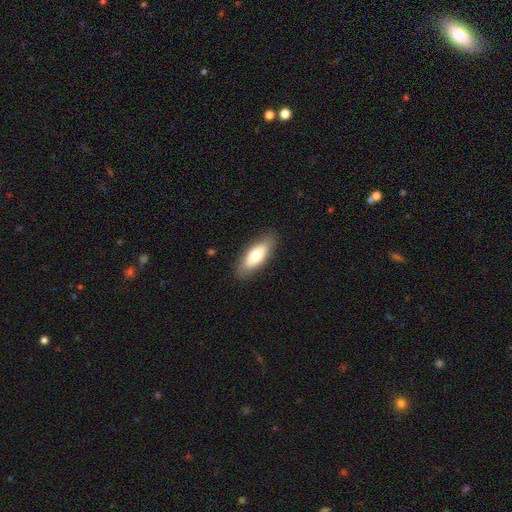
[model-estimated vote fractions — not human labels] Smooth or featured?
  - smooth: 70% *
  - featured or disk: 24%
  - star or artifact: 6%
How rounded?
  - in between: 78% *
  - cigar-shaped: 20%
  - round: 2%
Merging?
  - none: 86% *
  - minor disturbance: 10%
  - major disturbance: 3%
  - merger: 1%